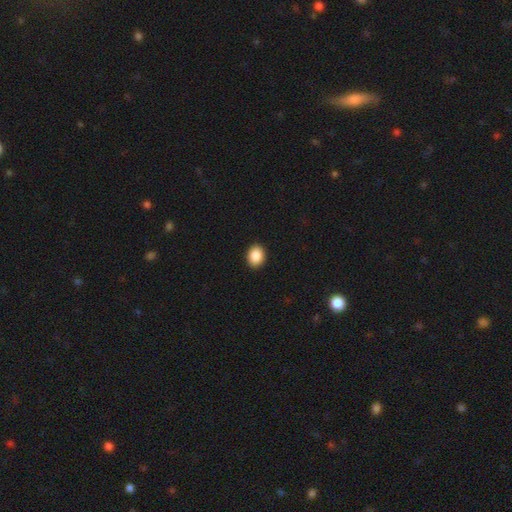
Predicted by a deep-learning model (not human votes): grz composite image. It shows a smooth galaxy with no disk features (89%) that is in between round and cigar-shaped (61%). Merging: none (92%).